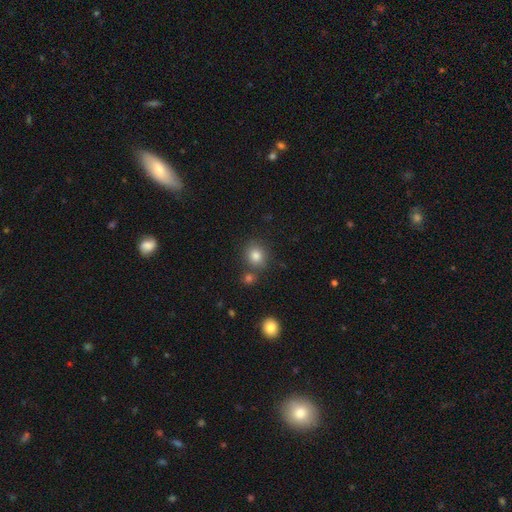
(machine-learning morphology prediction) This is clearly a smooth galaxy (82%). How rounded: likely round (78%). Merging: likely none (74%).